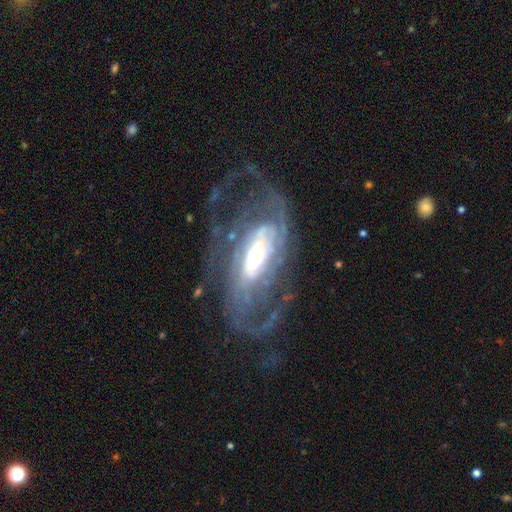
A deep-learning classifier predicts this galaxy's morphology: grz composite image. It shows a featured or disk galaxy (87%) with a strong bar (39%), 2 (46%) medium (43%) spiral arms (90%) and a moderate central bulge (57%). Merging: none (52%).